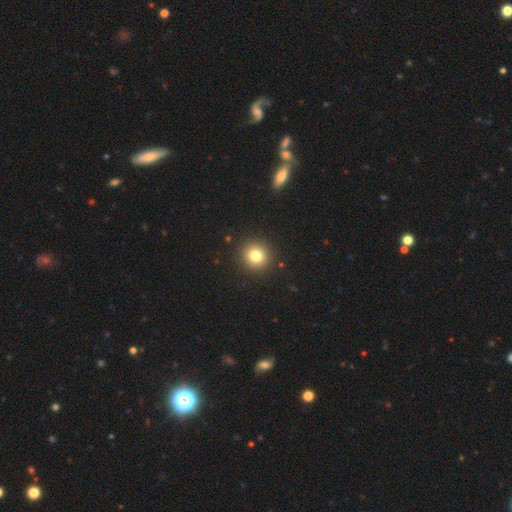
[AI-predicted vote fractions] smooth 79%, star or artifact 12%, featured or disk 8%. Down the decision tree: how rounded — round (93%); merging — none (92%).